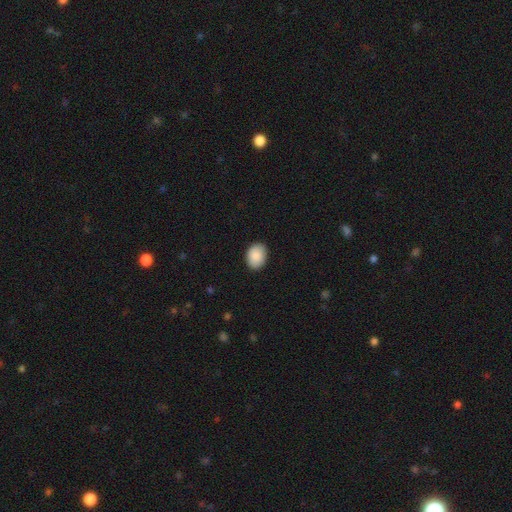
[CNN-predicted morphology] Overall: smooth (90%). How rounded: in between (72%). Merging: none (87%).